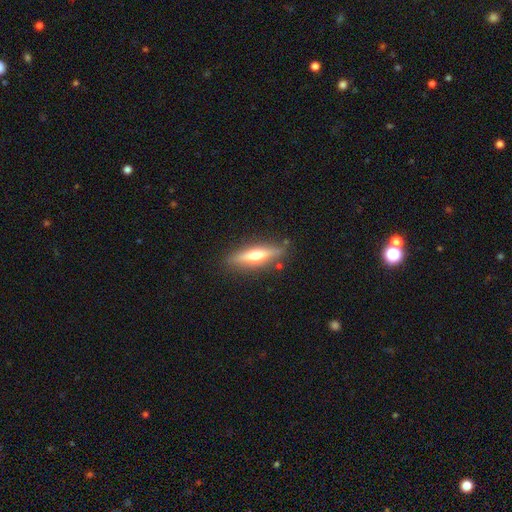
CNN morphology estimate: Smooth or featured?
  - featured or disk: 51% *
  - smooth: 43%
  - star or artifact: 6%
Edge-on disk?
  - yes: 91% *
  - no: 9%
Merging?
  - none: 84% *
  - minor disturbance: 12%
  - major disturbance: 3%
  - merger: 2%